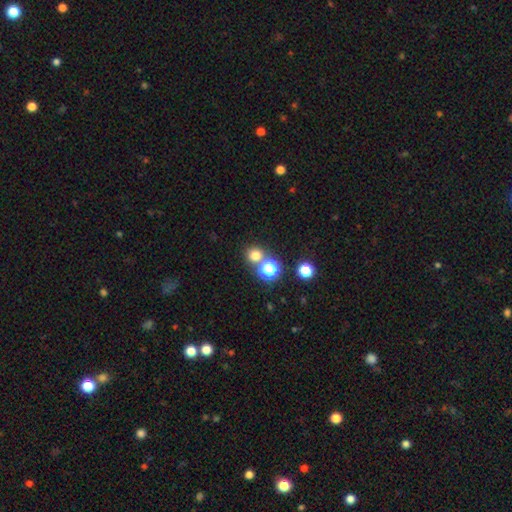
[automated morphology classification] This is likely a smooth galaxy (72%). How rounded: clearly round (89%). Merging: likely none (68%).